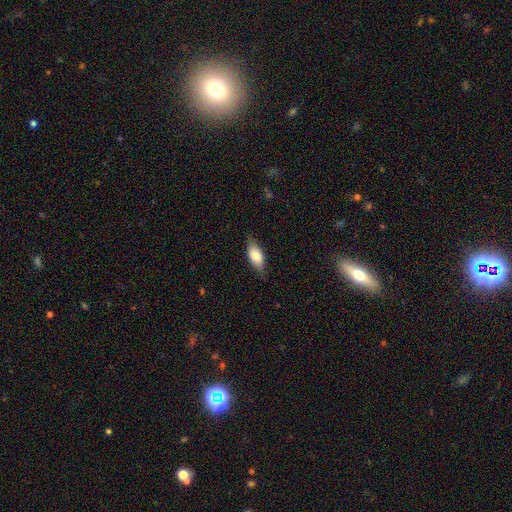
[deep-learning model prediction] smooth_or_featured: smooth (p=0.80) [alt: featured or disk p=0.13]
how_rounded: in between (p=0.86) [alt: cigar-shaped p=0.12]
merging: none (p=0.76) [alt: minor disturbance p=0.19]